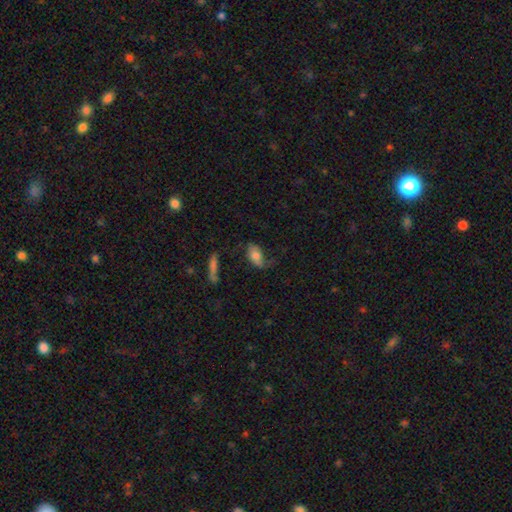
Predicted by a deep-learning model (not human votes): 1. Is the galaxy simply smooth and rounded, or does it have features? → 61% smooth, 31% featured or disk, 8% star or artifact.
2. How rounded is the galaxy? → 89% in between, 6% cigar-shaped, 6% round.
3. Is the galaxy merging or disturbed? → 49% none, 28% minor disturbance, 20% major disturbance, 4% merger.